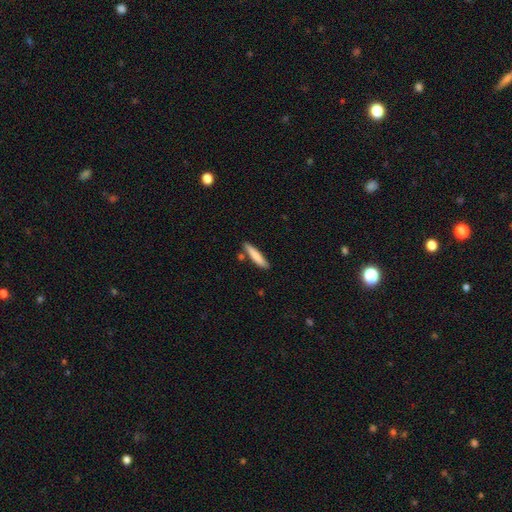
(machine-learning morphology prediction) Smooth or featured? smooth (80%)
How rounded? cigar-shaped (87%)
Merging? none (79%)